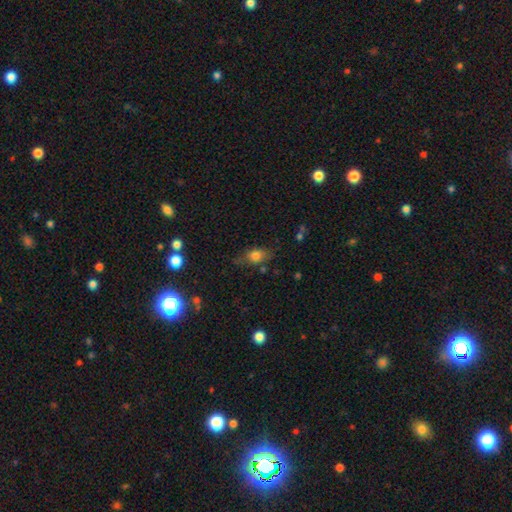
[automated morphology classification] The model was most divided on "merging": none: 64%, minor disturbance: 24%, major disturbance: 8%, merger: 4%. More confident: smooth or featured — smooth (73%); how rounded — in between (69%).